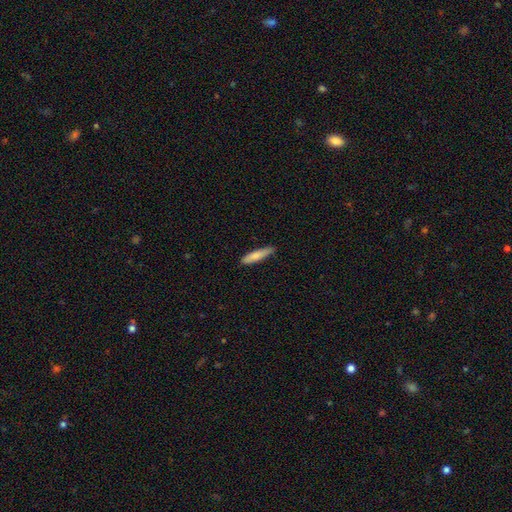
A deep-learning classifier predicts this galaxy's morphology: Smooth or featured? smooth (79%)
How rounded? cigar-shaped (81%)
Merging? none (84%)